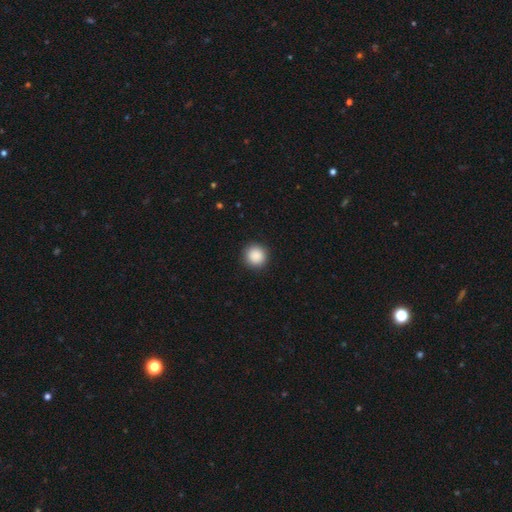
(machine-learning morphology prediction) This is clearly a smooth galaxy (89%). How rounded: clearly round (94%). Merging: clearly none (92%).